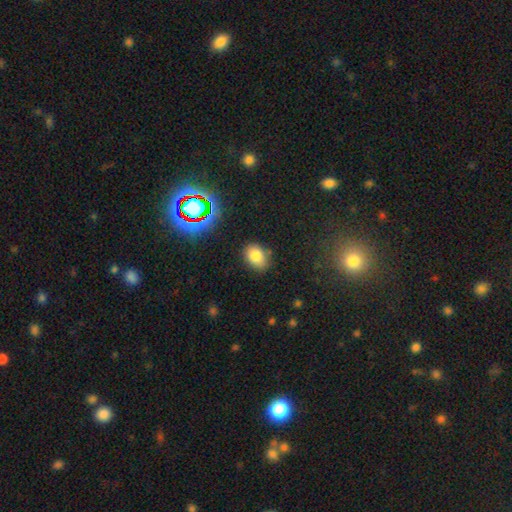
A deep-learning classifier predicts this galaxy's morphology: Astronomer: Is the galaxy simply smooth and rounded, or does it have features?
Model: smooth — 79%.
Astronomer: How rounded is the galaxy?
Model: in between — 71%.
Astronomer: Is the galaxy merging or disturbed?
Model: none — 78%.